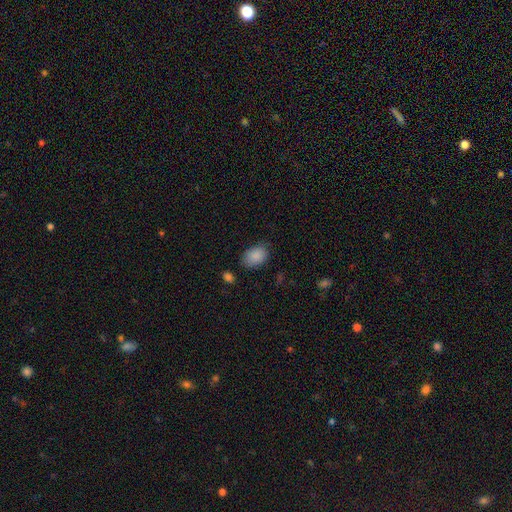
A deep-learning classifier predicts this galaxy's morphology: This is clearly a smooth galaxy (88%). How rounded: clearly in between (82%). Merging: likely none (76%).